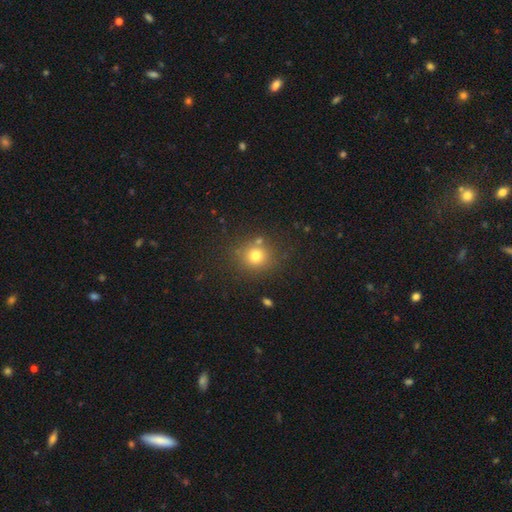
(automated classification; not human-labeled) smooth 75%, star or artifact 16%, featured or disk 9%. Down the decision tree: how rounded — round (87%); merging — none (79%).